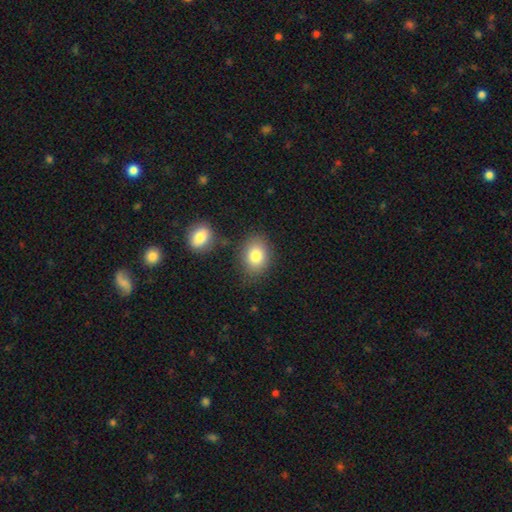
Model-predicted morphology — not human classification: smooth 82%, featured or disk 9%, star or artifact 9%. Down the decision tree: how rounded — in between (64%); merging — none (76%).